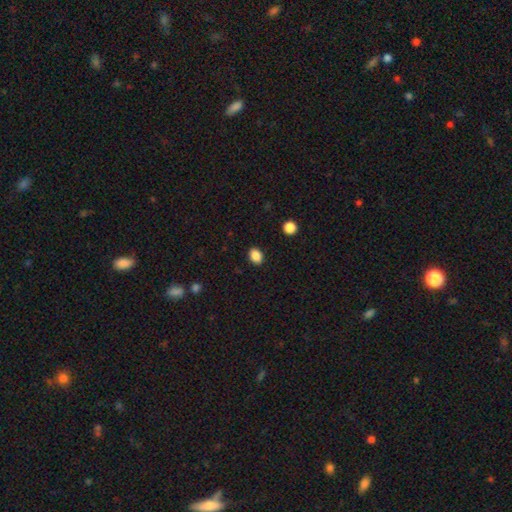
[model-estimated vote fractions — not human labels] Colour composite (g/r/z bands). It shows a smooth galaxy with no disk features (87%) that is in between round and cigar-shaped (66%). Merging: none (89%).